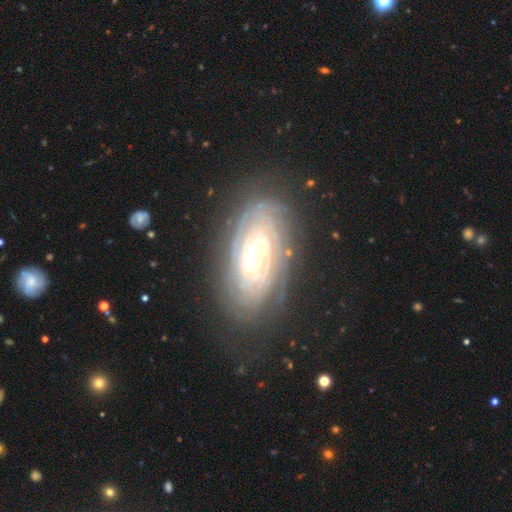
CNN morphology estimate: smooth_or_featured: featured or disk (p=0.86) [alt: smooth p=0.08]
disk_edge_on: no (p=0.93) [alt: yes p=0.07]
bar: weak (p=0.39) [alt: strong p=0.36]
has_spiral_arms: yes (p=0.95) [alt: no p=0.05]
spiral_winding: tight (p=0.84) [alt: medium p=0.13]
spiral_arm_count: can't tell (p=0.44) [alt: more than 4 p=0.13]
bulge_size: moderate (p=0.61) [alt: large p=0.19]
merging: none (p=0.77) [alt: minor disturbance p=0.16]